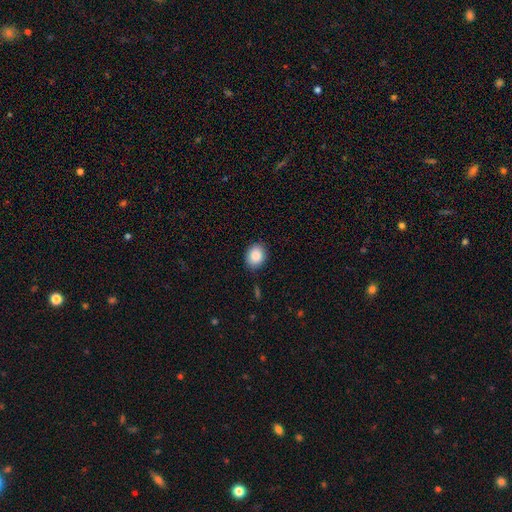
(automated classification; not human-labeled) Smooth or featured? smooth (87%)
How rounded? in between (58%)
Merging? none (86%)